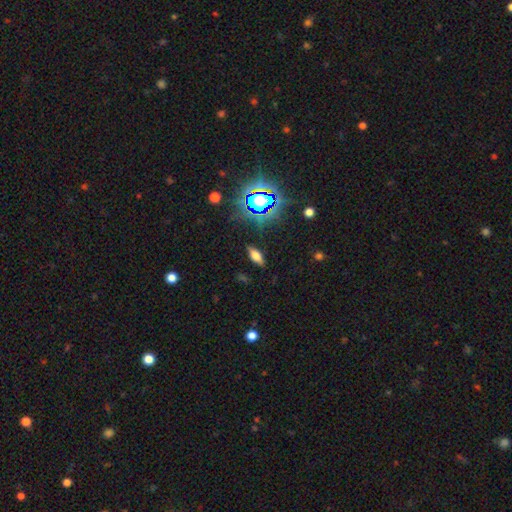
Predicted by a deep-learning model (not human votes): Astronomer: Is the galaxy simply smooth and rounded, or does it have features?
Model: smooth — 59%.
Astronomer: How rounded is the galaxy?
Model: in between — 75%.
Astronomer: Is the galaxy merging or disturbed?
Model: none — 85%.